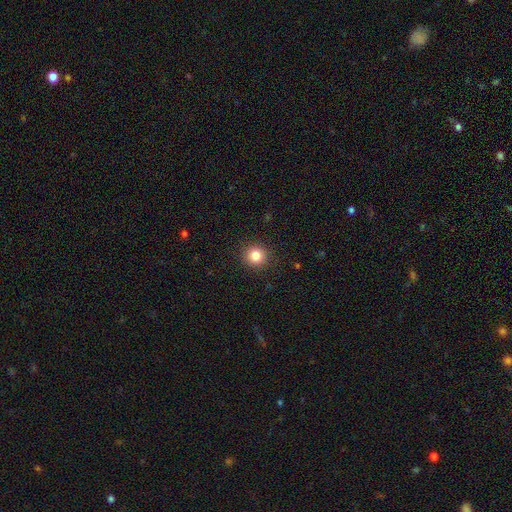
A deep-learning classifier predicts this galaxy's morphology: Smooth or featured?
  - smooth: 84% *
  - star or artifact: 11%
  - featured or disk: 5%
How rounded?
  - round: 92% *
  - in between: 7%
  - cigar-shaped: 1%
Merging?
  - none: 91% *
  - minor disturbance: 6%
  - major disturbance: 2%
  - merger: 1%